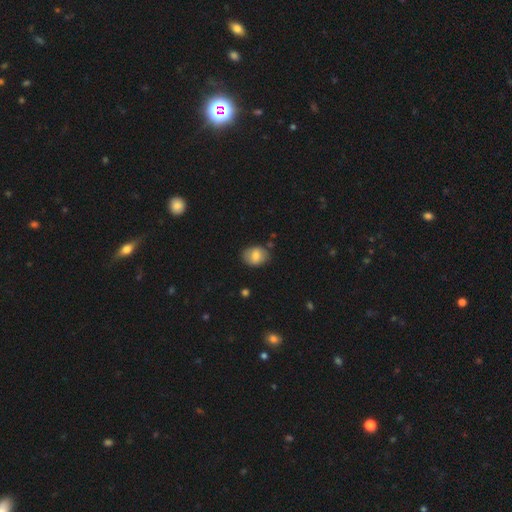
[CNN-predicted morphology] This is likely a smooth galaxy (75%). How rounded: possibly in between (57%). Merging: likely none (76%).